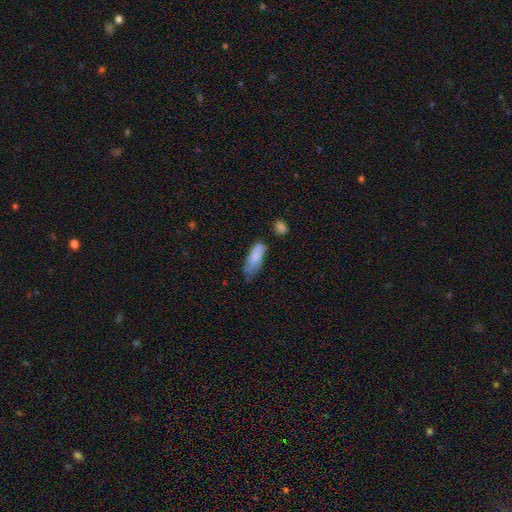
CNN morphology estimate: This appears to be a smooth galaxy with no disk features (82%) that is in between round and cigar-shaped (70%). Merging: none (47%).